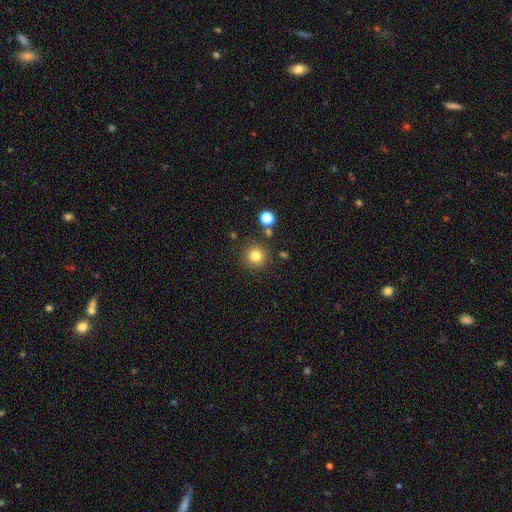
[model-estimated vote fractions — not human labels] This appears to be a smooth galaxy with no disk features (81%) that is round (95%). Merging: none (87%).